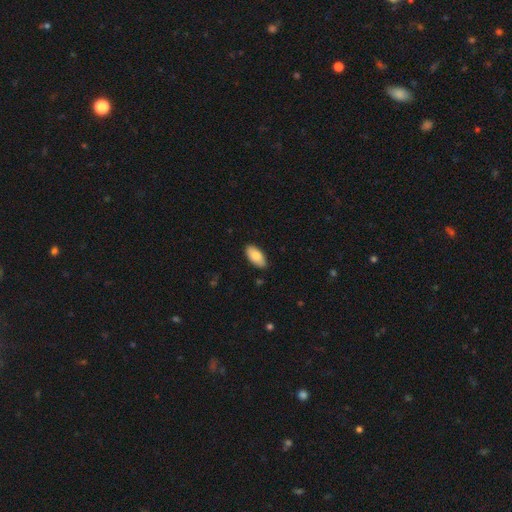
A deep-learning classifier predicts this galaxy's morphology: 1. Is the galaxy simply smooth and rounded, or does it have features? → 85% smooth, 9% featured or disk, 6% star or artifact.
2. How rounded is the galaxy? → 93% in between, 5% cigar-shaped, 2% round.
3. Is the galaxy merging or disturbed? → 87% none, 10% minor disturbance, 2% major disturbance, 1% merger.